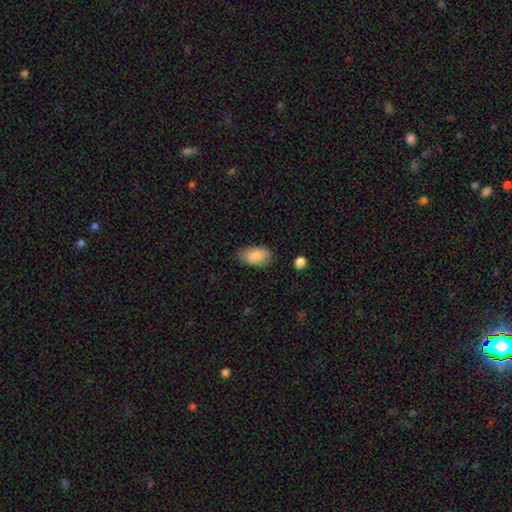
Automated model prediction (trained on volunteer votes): Smooth or featured? smooth (85%)
How rounded? in between (93%)
Merging? none (75%)